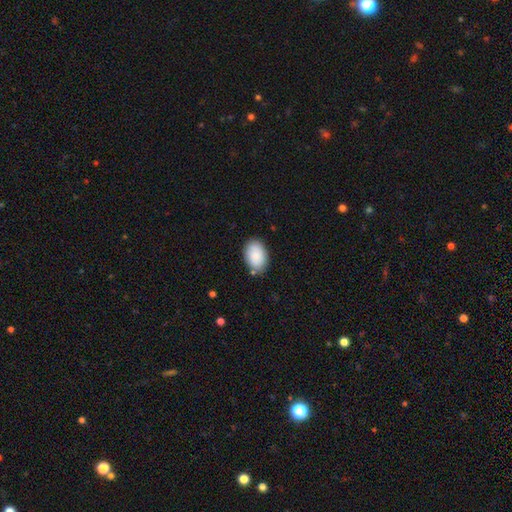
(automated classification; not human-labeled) smooth 88%, star or artifact 6%, featured or disk 6%. Down the decision tree: how rounded — in between (90%); merging — none (81%).